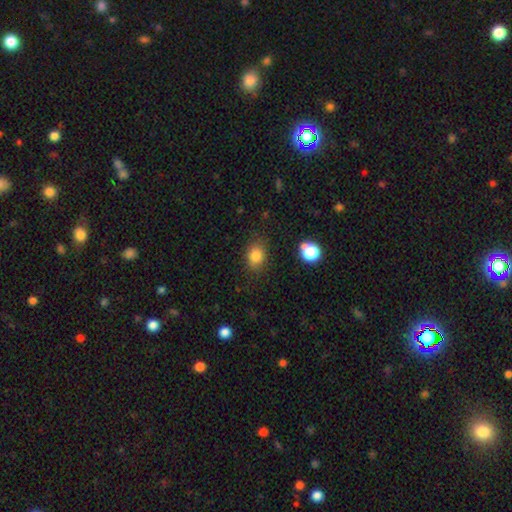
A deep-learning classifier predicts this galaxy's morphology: type=smooth (82%); roundness=in between (56%); merging=none (81%).